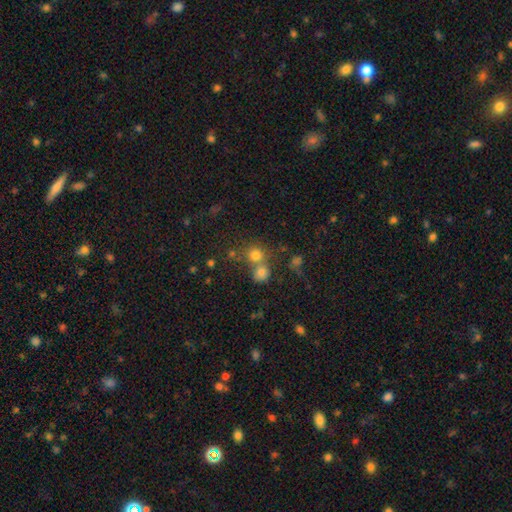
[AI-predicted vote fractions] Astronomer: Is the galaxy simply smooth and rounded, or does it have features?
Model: smooth — 73%.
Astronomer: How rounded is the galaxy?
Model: round — 86%.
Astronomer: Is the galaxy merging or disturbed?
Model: none — 52% (runner-up: merger, 37%).